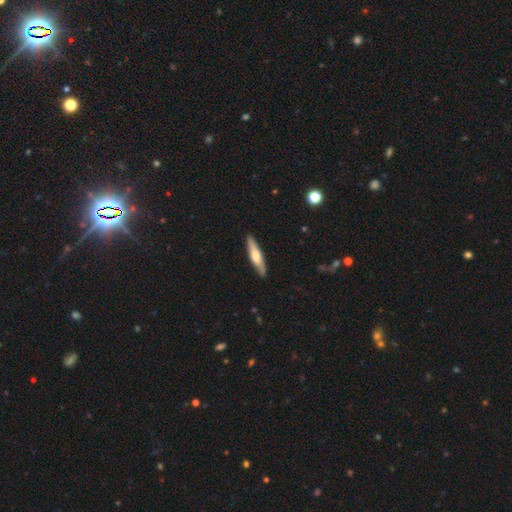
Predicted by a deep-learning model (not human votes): Smooth or featured? smooth (49%)
Merging? none (88%)